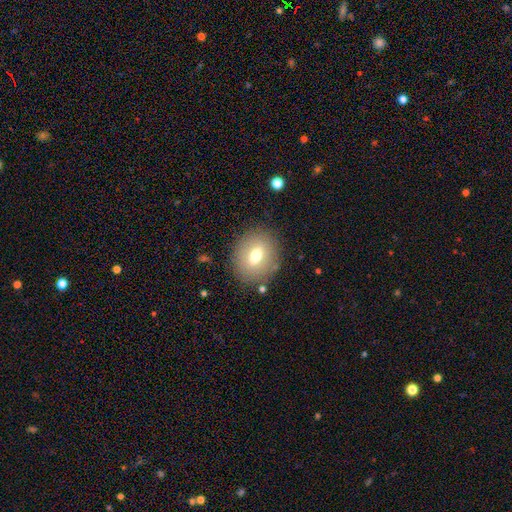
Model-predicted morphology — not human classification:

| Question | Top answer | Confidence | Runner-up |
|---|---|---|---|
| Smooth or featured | smooth | 65% | featured or disk (25%) |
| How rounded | round | 53% | in between (45%) |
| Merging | none | 83% | minor disturbance (11%) |